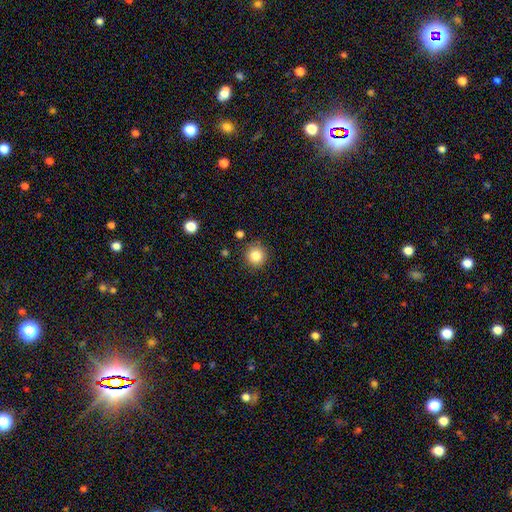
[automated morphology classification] smooth_or_featured: smooth (p=0.84) [alt: star or artifact p=0.10]
how_rounded: round (p=0.94) [alt: in between p=0.05]
merging: none (p=0.89) [alt: minor disturbance p=0.07]